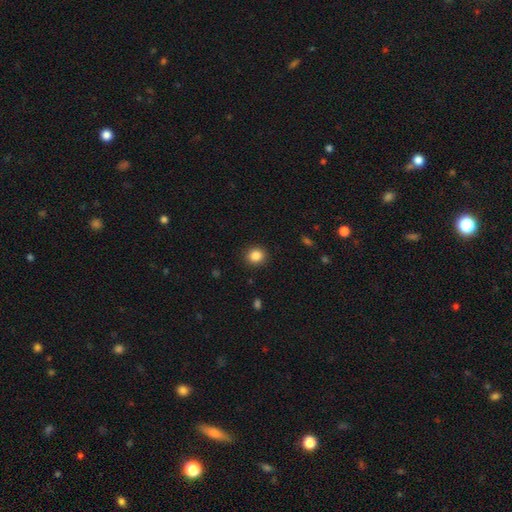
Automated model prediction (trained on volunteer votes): smooth_or_featured: smooth (p=0.86) [alt: star or artifact p=0.10]
how_rounded: round (p=0.83) [alt: in between p=0.16]
merging: none (p=0.90) [alt: minor disturbance p=0.07]